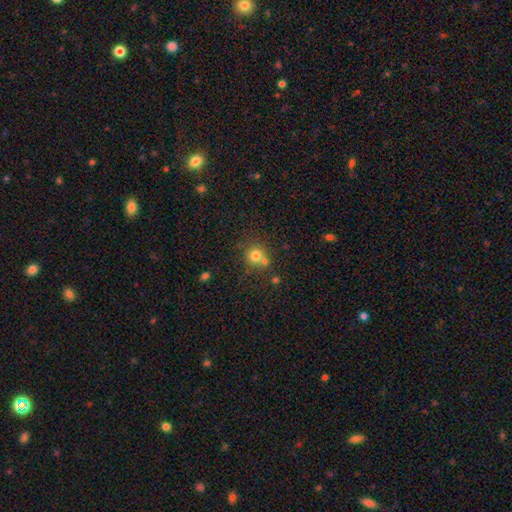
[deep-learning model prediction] smooth 76%, star or artifact 14%, featured or disk 10%. Down the decision tree: how rounded — round (89%); merging — none (59%).